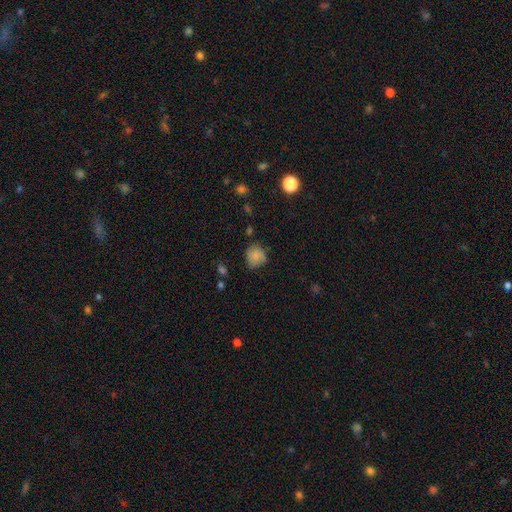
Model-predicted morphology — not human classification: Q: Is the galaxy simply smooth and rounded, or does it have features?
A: smooth — 77%.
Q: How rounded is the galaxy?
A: round — 77%.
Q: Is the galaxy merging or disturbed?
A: none — 65%.